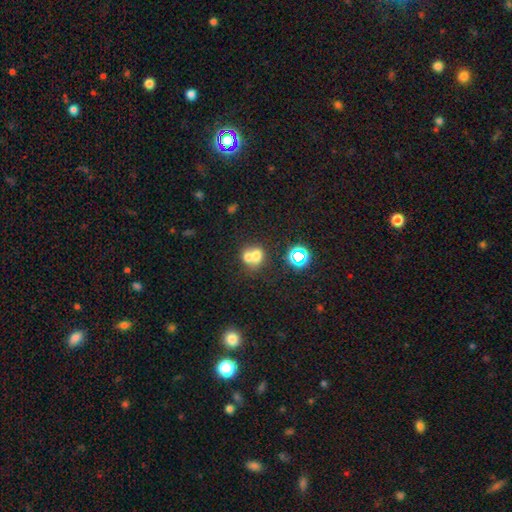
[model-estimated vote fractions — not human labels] This appears to be a smooth galaxy with no disk features (64%) that is round (63%). Merging: merger (62%).